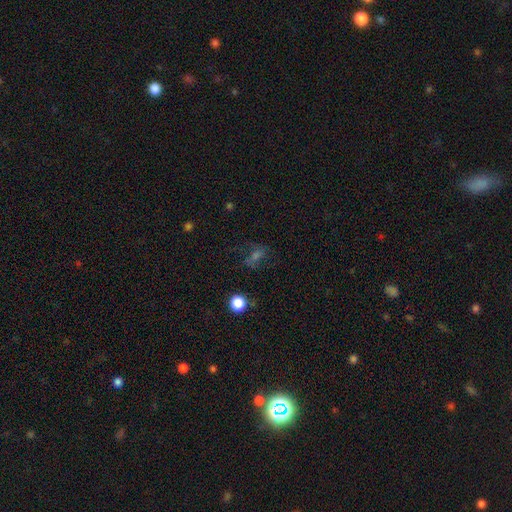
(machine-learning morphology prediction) Overall: smooth (38%; star or artifact 32%). Merging: none (61%).